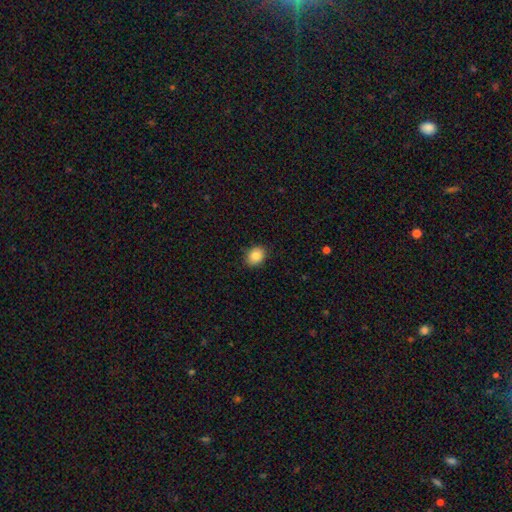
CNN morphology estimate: A smooth galaxy with no disk features (85%) that is in between round and cigar-shaped (59%).

Vote fractions:
- Smooth or featured? smooth: 85% / star or artifact: 9% / featured or disk: 6%
- How rounded? in between: 59% / round: 41% / cigar-shaped: 1%
- Merging? none: 87% / minor disturbance: 10% / major disturbance: 2% / merger: 1%